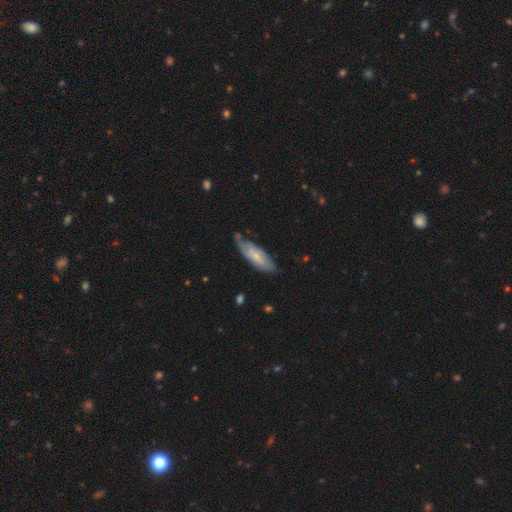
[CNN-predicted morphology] Smooth or featured? smooth (48%)
Merging? none (56%)